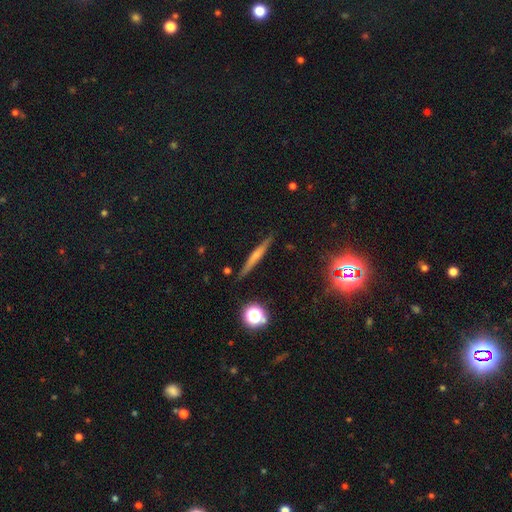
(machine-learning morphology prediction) smooth_or_featured: featured or disk (p=0.47) [alt: smooth p=0.42]
merging: none (p=0.88) [alt: minor disturbance p=0.08]